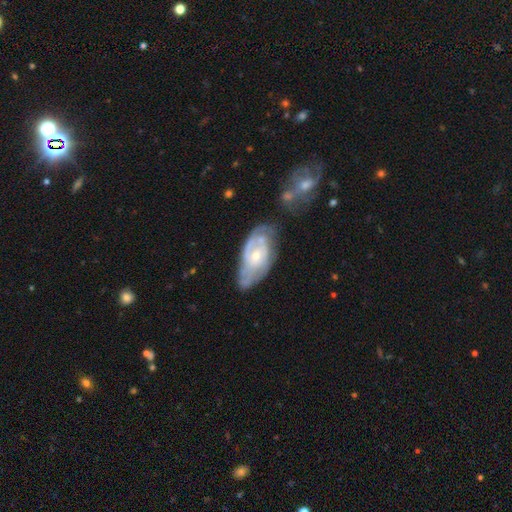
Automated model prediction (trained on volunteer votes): Overall: featured or disk (76%). Edge-on disk: no (93%). Bar: no (69%). Spiral arms: yes (84%). Spiral arm count: can't tell (41%; 2 37%). Spiral winding: tight (53%; medium 35%). Bulge size: small (57%; moderate 39%). Merging: none (54%; minor disturbance 28%).